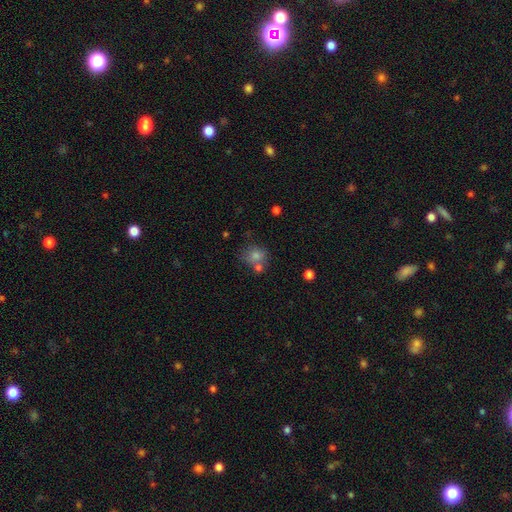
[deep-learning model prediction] Overall: smooth (70%). How rounded: round (76%). Merging: none (57%; merger 26%).